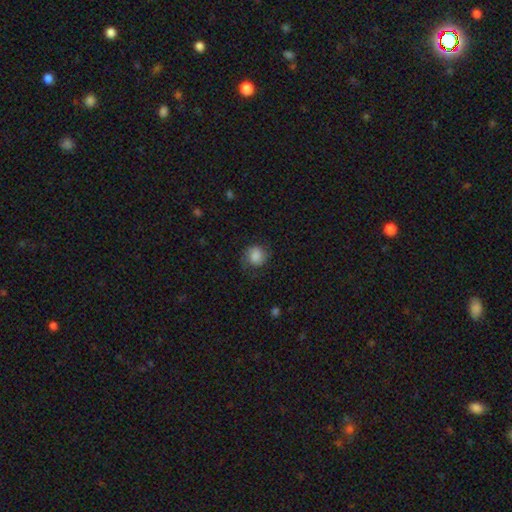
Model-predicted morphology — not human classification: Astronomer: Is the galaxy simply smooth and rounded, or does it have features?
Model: smooth — 79%.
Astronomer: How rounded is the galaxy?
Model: round — 79%.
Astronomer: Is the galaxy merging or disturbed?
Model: none — 68%.